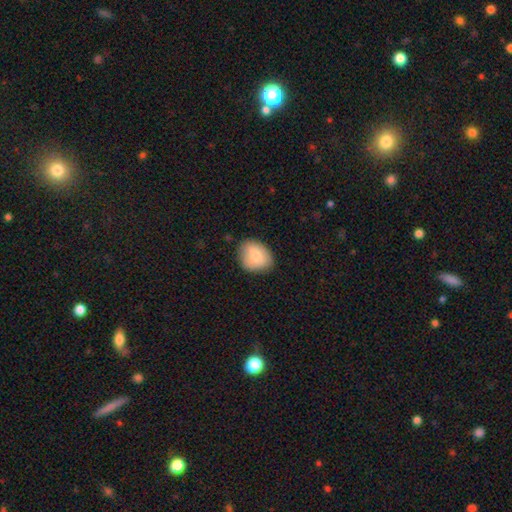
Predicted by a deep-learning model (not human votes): Q: Smooth or featured?
A: smooth (80%); runner-up: featured or disk (12%)
Q: How rounded?
A: in between (62%); runner-up: round (37%)
Q: Merging?
A: none (74%); runner-up: minor disturbance (20%)